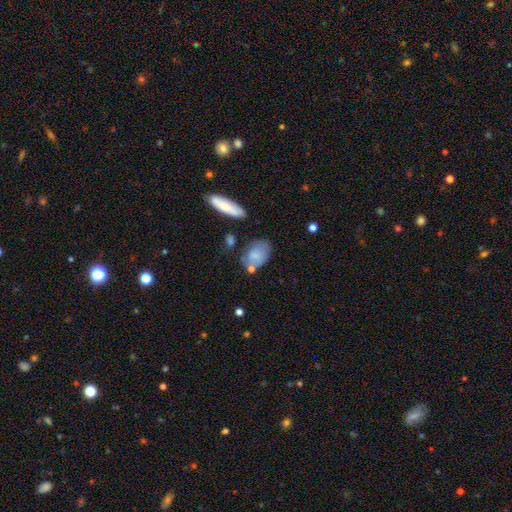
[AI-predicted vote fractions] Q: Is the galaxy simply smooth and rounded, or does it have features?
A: smooth — 69%.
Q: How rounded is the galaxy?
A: in between — 85%.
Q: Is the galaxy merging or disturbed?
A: none — 55%.